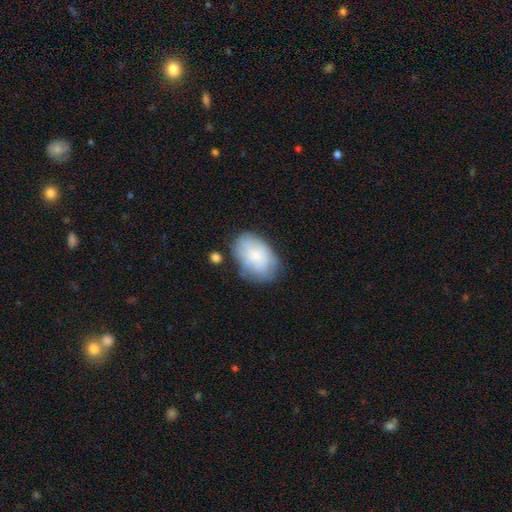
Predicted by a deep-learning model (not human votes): Smooth or featured?
  - smooth: 72% *
  - featured or disk: 21%
  - star or artifact: 7%
How rounded?
  - in between: 87% *
  - round: 12%
  - cigar-shaped: 1%
Merging?
  - none: 62% *
  - minor disturbance: 25%
  - major disturbance: 8%
  - merger: 4%